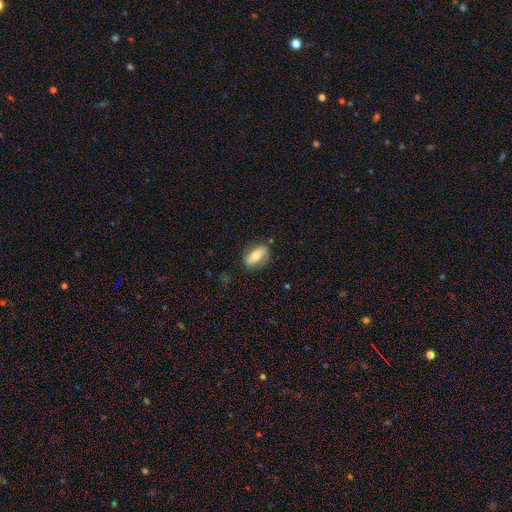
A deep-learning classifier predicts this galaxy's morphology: Smooth or featured? featured or disk (53%)
Edge-on disk? no (86%)
Merging? none (77%)